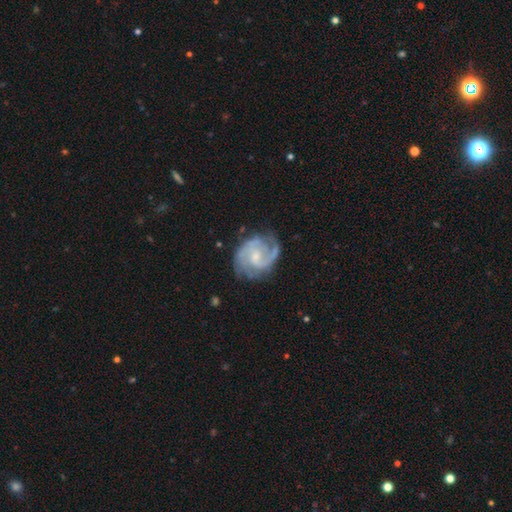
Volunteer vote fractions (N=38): This is clearly a featured or disk galaxy (92%). It is clearly not viewed edge-on (97%). Bar: likely no (65%). Spiral arm pattern: clearly yes (100%). Spiral arm count: marginally 2 (44%). Spiral winding: possibly tight (50%). Central bulge: possibly small (59%). Merging: likely none (78%).